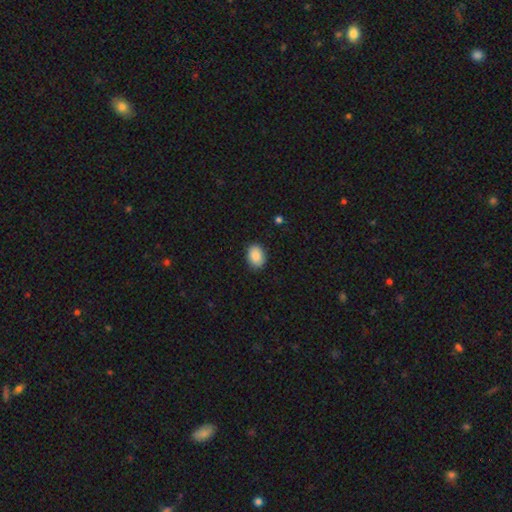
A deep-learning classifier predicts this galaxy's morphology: Q: Smooth or featured?
A: smooth (88%); runner-up: star or artifact (8%)
Q: How rounded?
A: in between (69%); runner-up: round (31%)
Q: Merging?
A: none (87%); runner-up: minor disturbance (10%)